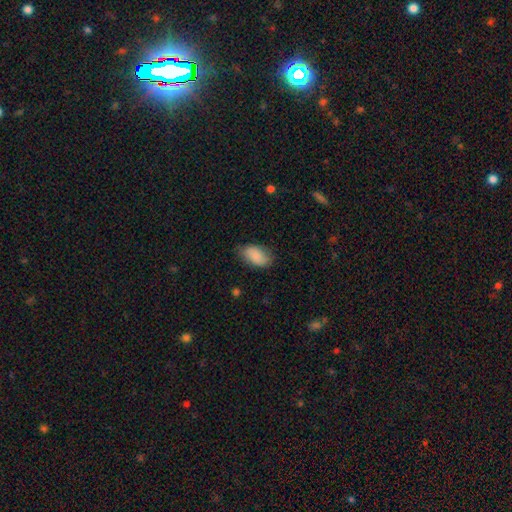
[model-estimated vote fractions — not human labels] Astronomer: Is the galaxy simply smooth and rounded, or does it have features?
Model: smooth — 84%.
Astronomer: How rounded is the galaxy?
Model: in between — 93%.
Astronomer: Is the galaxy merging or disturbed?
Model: none — 75%.